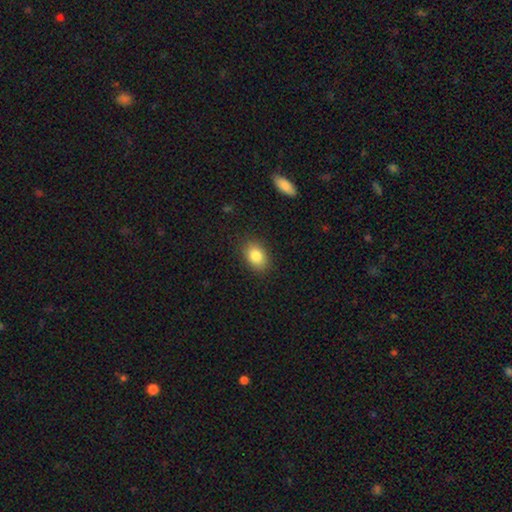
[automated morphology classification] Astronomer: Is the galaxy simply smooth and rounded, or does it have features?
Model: smooth — 85%.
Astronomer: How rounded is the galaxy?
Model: in between — 80%.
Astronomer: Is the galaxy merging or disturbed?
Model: none — 86%.